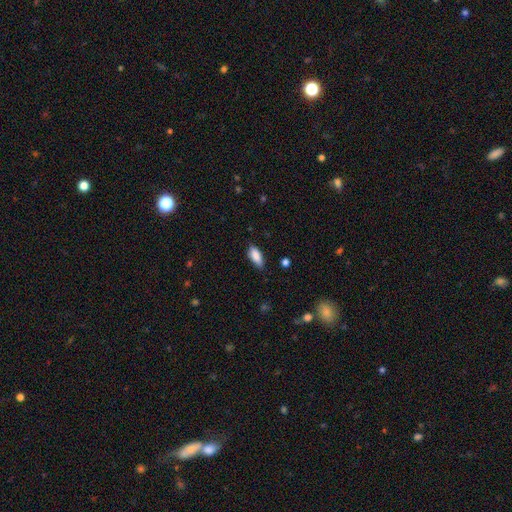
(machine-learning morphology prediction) This appears to be a smooth galaxy with no disk features (87%) that is in between round and cigar-shaped (82%). Merging: none (78%).